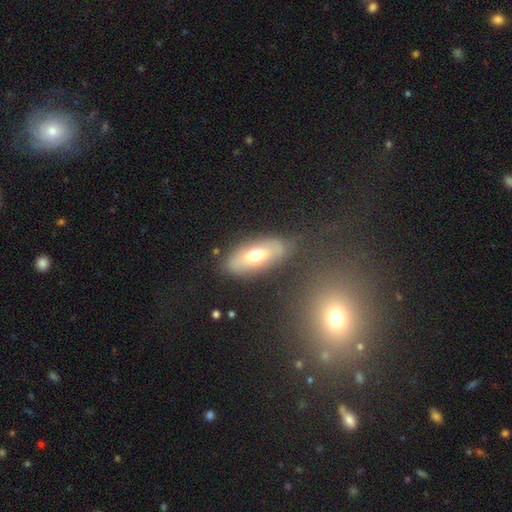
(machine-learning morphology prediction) A smooth galaxy with no disk features (59%) that is in between round and cigar-shaped (80%).

Vote fractions:
- Smooth or featured? smooth: 59% / featured or disk: 33% / star or artifact: 8%
- How rounded? in between: 80% / cigar-shaped: 16% / round: 5%
- Merging? none: 76% / minor disturbance: 15% / major disturbance: 6% / merger: 3%